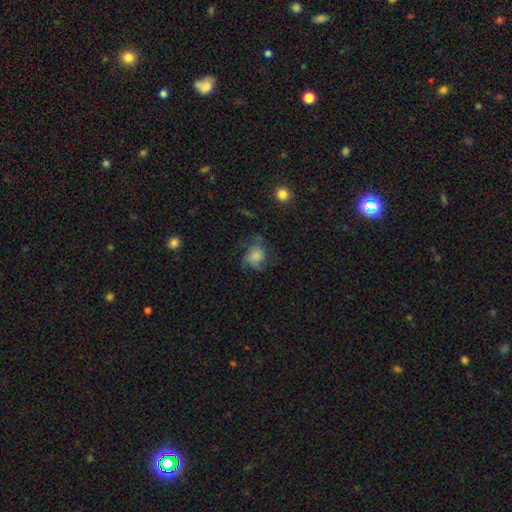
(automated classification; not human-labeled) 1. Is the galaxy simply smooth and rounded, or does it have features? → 53% smooth, 36% featured or disk, 11% star or artifact.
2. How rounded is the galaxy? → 67% round, 32% in between, 1% cigar-shaped.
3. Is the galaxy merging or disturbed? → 50% none, 24% major disturbance, 24% minor disturbance, 2% merger.